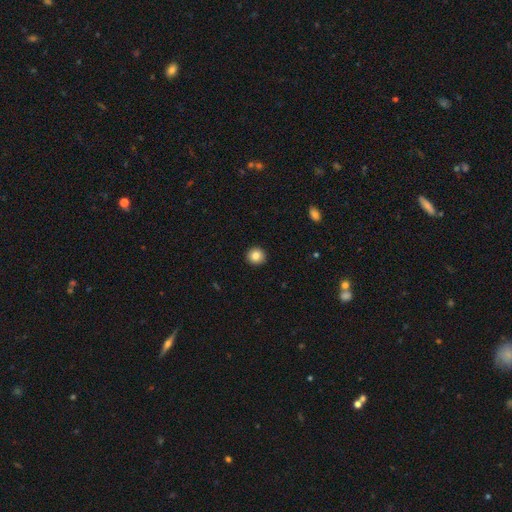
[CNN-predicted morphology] This is clearly a smooth galaxy (85%). How rounded: clearly round (93%). Merging: clearly none (93%).